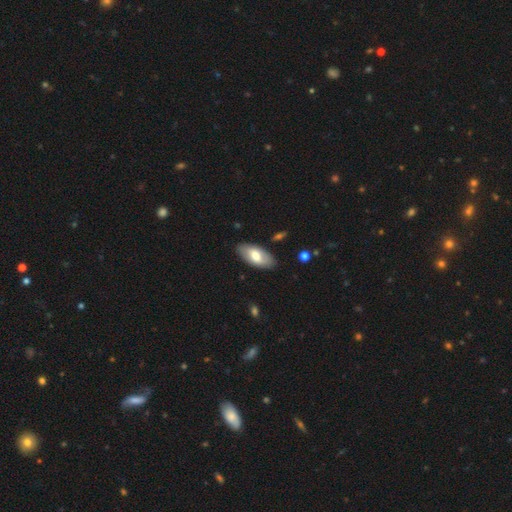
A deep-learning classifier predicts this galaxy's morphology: Smooth or featured: smooth — 64% (featured or disk — 30%)
How rounded: in between — 92% (cigar-shaped — 6%)
Merging: none — 85% (minor disturbance — 11%)